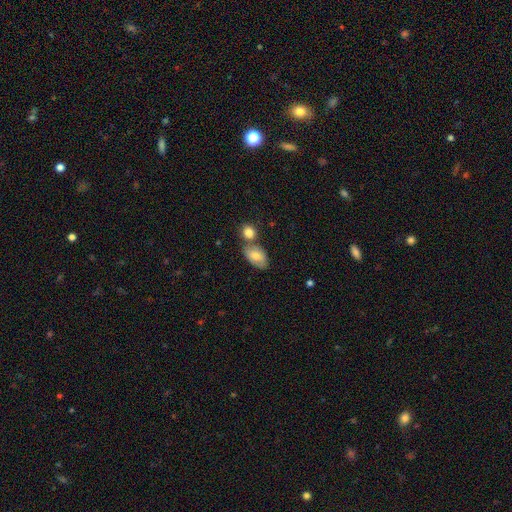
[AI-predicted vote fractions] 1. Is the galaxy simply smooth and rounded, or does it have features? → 78% smooth, 15% featured or disk, 7% star or artifact.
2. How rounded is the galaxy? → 89% in between, 9% round, 2% cigar-shaped.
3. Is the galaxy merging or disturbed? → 48% none, 32% merger, 16% minor disturbance, 4% major disturbance.